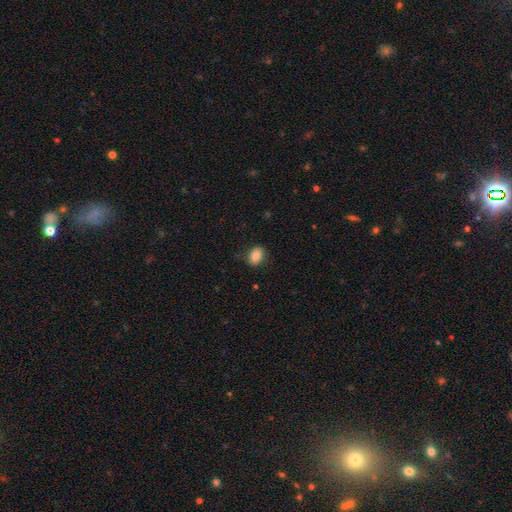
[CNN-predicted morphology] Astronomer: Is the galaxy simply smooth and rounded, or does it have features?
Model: smooth — 85%.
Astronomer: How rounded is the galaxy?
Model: in between — 73%.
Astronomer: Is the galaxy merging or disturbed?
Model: none — 85%.